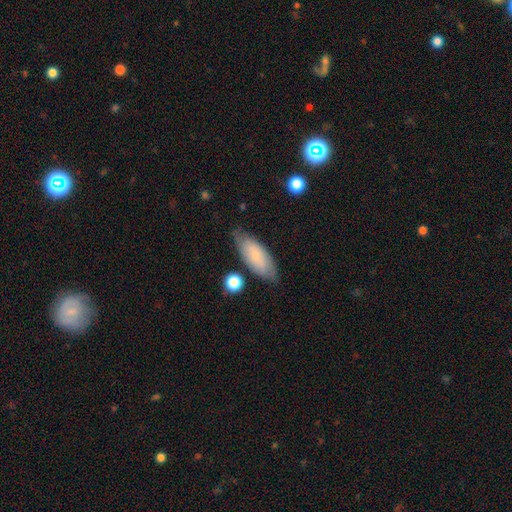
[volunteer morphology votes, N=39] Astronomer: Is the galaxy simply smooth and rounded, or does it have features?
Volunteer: smooth — 62%.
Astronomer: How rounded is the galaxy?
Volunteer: in between — 83%.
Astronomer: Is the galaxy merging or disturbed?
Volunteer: none — 77%.